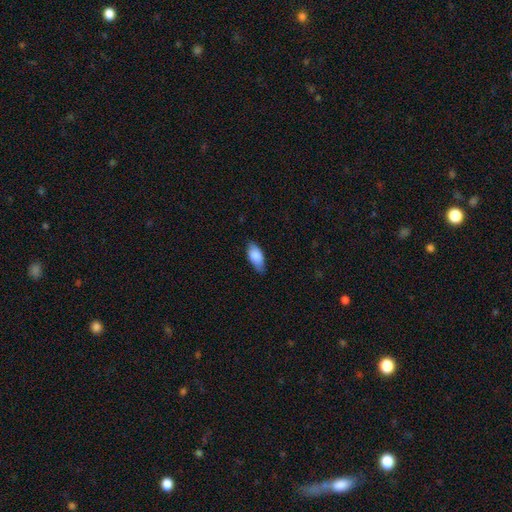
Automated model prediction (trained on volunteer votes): This is clearly a smooth galaxy (85%). How rounded: clearly in between (90%). Merging: likely none (77%).